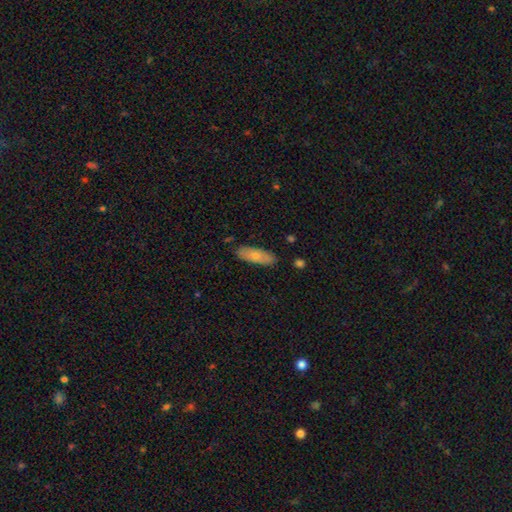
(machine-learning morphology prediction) Smooth or featured: smooth — 73% (featured or disk — 21%)
How rounded: in between — 62% (cigar-shaped — 36%)
Merging: none — 85% (minor disturbance — 12%)